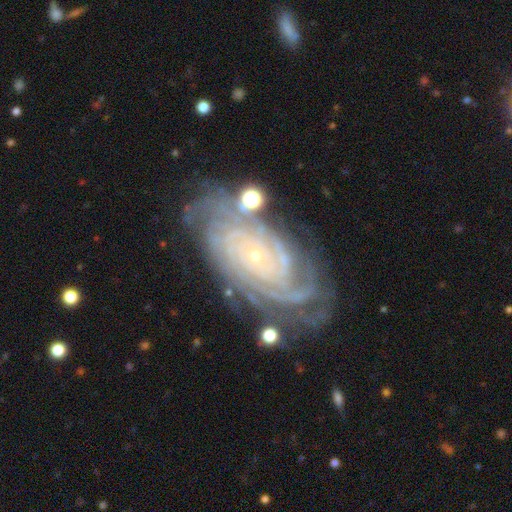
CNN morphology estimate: featured or disk 90%, star or artifact 6%, smooth 4%. Down the decision tree: edge-on disk — no (96%); bar — no (79%); spiral arms — yes (98%); spiral arm count — more than 4 (27%, tied with 4); spiral winding — tight (84%); bulge size — small (89%); merging — none (74%).